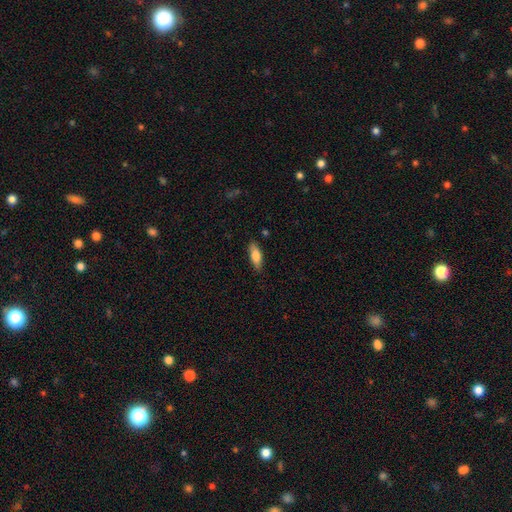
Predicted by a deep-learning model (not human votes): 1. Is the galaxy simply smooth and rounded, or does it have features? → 78% smooth, 16% featured or disk, 6% star or artifact.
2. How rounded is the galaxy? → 68% in between, 30% cigar-shaped, 2% round.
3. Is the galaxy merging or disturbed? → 84% none, 12% minor disturbance, 2% major disturbance, 1% merger.